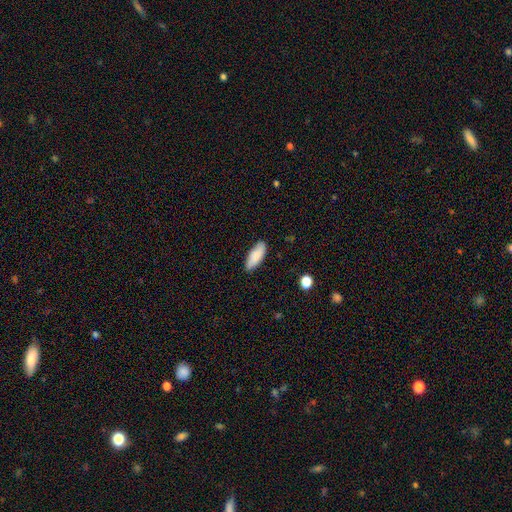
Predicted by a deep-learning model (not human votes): smooth-or-featured: smooth: 86% | featured or disk: 8% | star or artifact: 6%
  how-rounded: in between: 72% | cigar-shaped: 26% | round: 2%
  merging: none: 85% | minor disturbance: 11% | major disturbance: 2% | merger: 1%